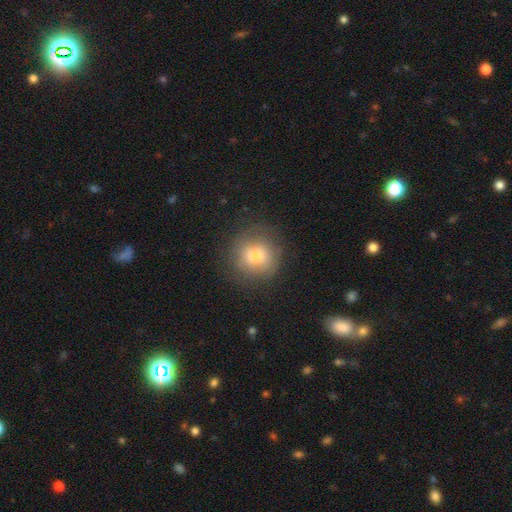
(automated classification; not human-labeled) smooth-or-featured: smooth: 73% | featured or disk: 17% | star or artifact: 10%
  how-rounded: round: 87% | in between: 12% | cigar-shaped: 1%
  merging: none: 77% | minor disturbance: 15% | major disturbance: 6% | merger: 2%